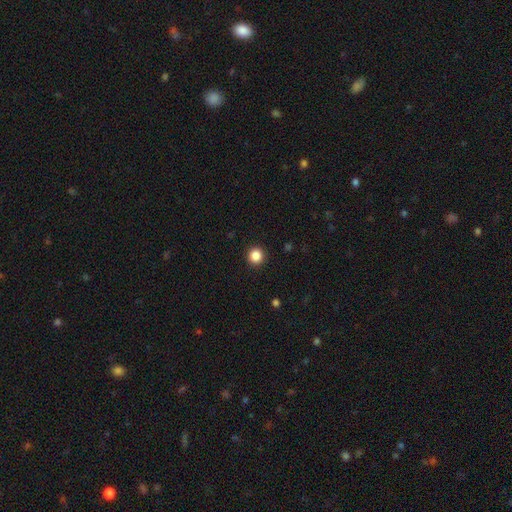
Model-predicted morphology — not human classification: Smooth or featured? Predicted: smooth (p=0.86). How rounded? Predicted: round (p=0.95). Merging? Predicted: none (p=0.93).